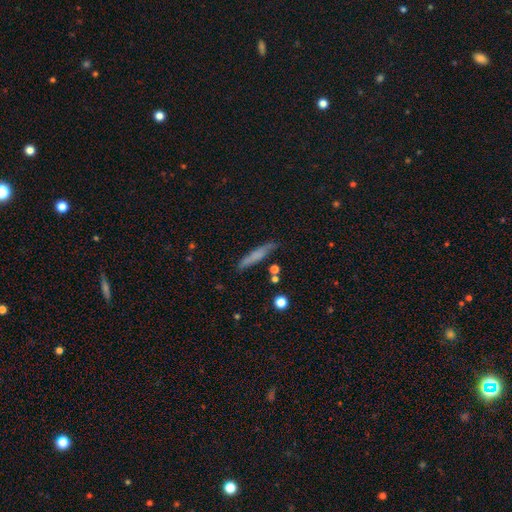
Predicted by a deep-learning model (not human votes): This appears to be a smooth galaxy with no disk features (66%) that is cigar-shaped (90%). Merging: none (77%).